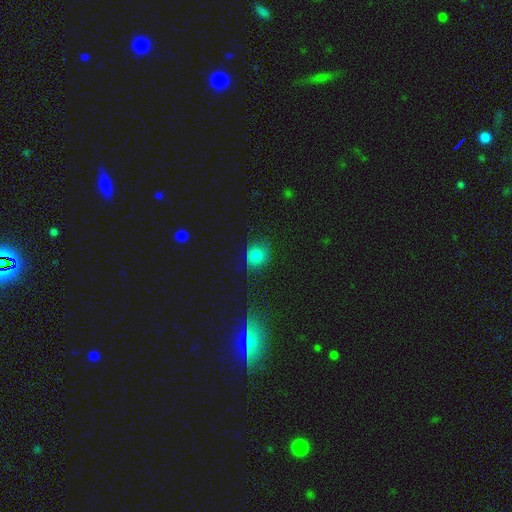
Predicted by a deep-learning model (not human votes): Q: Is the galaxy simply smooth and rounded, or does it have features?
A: smooth — 80%.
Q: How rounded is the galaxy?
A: round — 75%.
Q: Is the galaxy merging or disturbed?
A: none — 69%.